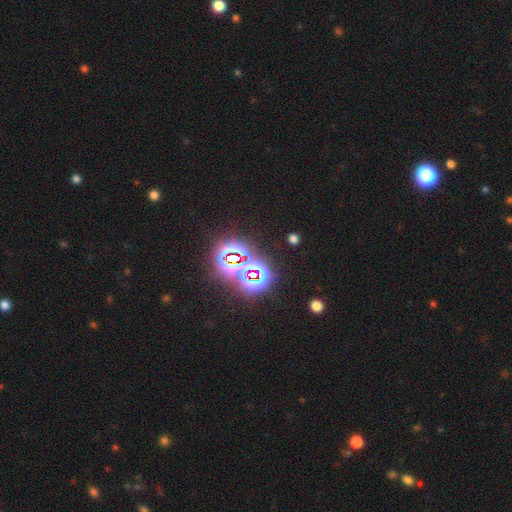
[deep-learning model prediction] star or artifact 74%, smooth 16%, featured or disk 10%.